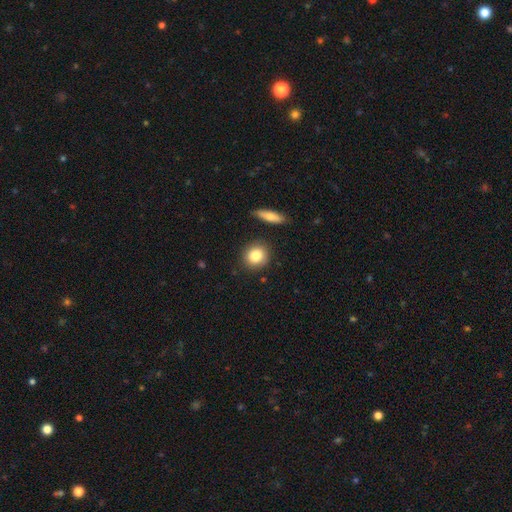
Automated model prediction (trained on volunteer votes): smooth_or_featured: smooth (p=0.82) [alt: featured or disk p=0.09]
how_rounded: round (p=0.81) [alt: in between p=0.18]
merging: none (p=0.86) [alt: minor disturbance p=0.08]